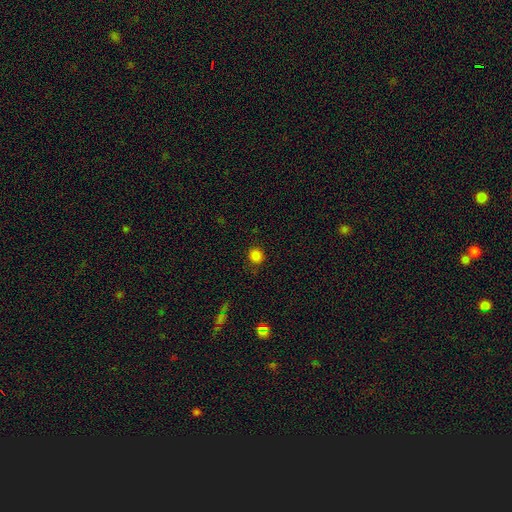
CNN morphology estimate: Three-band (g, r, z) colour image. It shows a smooth galaxy with no disk features (83%) that is round (90%). Merging: none (87%).